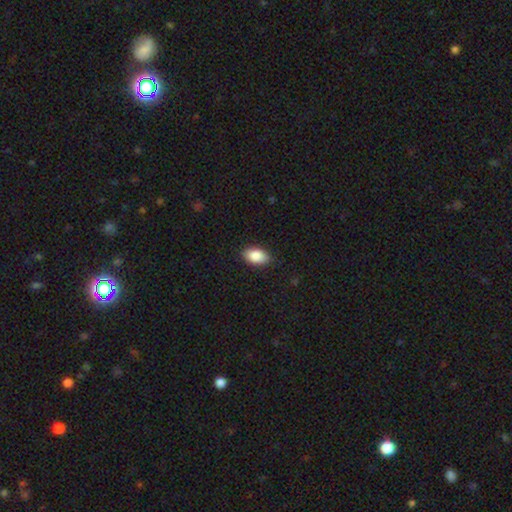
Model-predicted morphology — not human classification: type=smooth (88%); roundness=in between (92%); merging=none (87%).